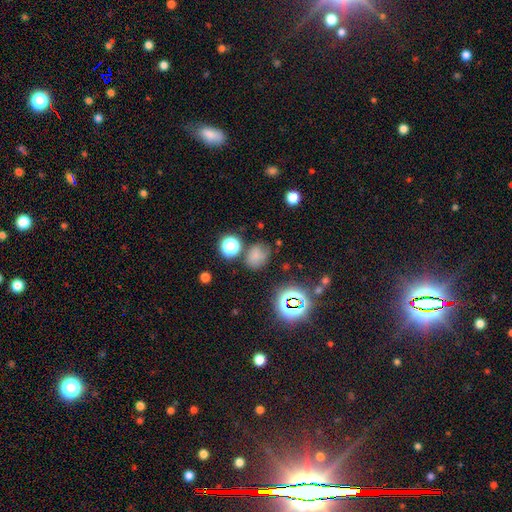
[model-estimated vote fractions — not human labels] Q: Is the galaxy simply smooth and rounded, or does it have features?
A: smooth — 64%.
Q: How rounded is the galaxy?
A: round — 52%.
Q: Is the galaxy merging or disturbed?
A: none — 57%.